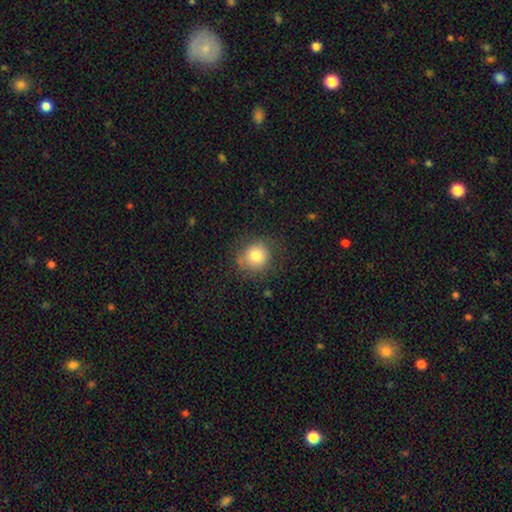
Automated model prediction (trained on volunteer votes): The model was most divided on "merging": none: 76%, minor disturbance: 17%, major disturbance: 7%, merger: 1%. More confident: how rounded — round (86%); smooth or featured — smooth (79%).